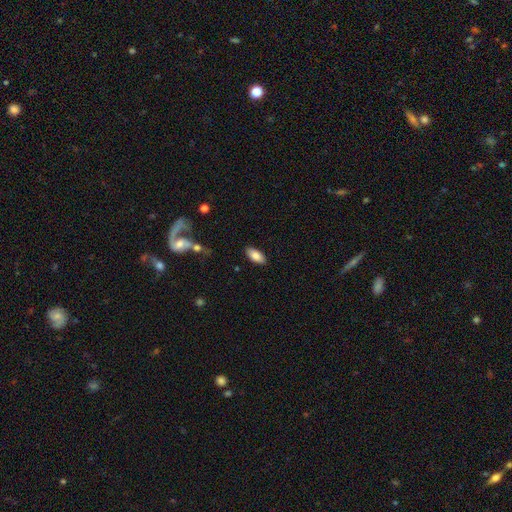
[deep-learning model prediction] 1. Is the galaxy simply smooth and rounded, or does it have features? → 83% smooth, 10% featured or disk, 7% star or artifact.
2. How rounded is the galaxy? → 90% in between, 8% cigar-shaped, 2% round.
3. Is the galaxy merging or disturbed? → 87% none, 9% minor disturbance, 2% major disturbance, 2% merger.